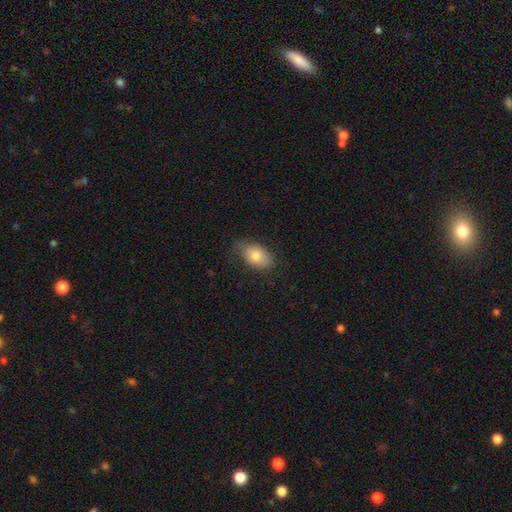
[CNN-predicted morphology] Smooth or featured? smooth (77%)
How rounded? in between (89%)
Merging? none (66%)